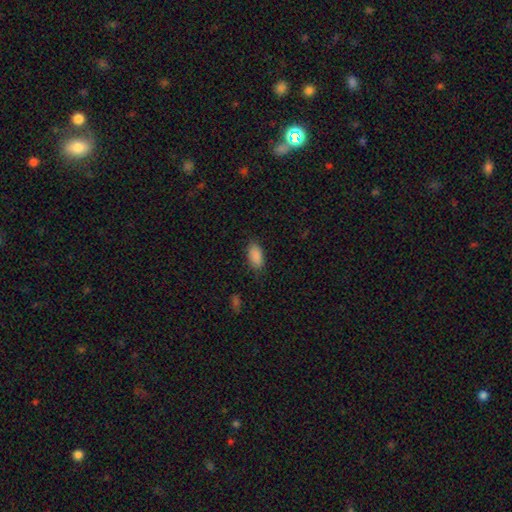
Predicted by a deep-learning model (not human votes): Smooth or featured? smooth (89%)
How rounded? in between (93%)
Merging? none (82%)